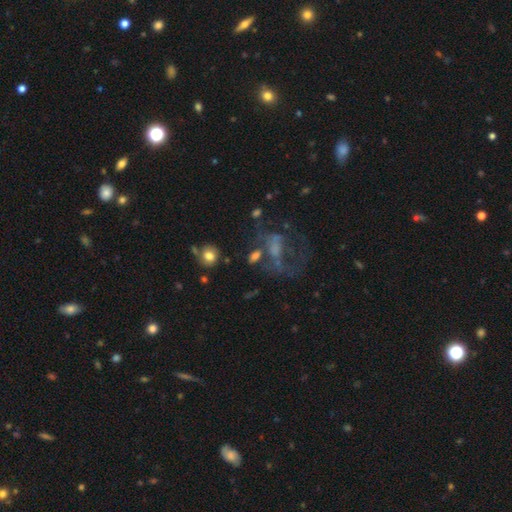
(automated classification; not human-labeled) Smooth or featured? Predicted: smooth (p=0.44). Merging? Predicted: major disturbance (p=0.37).